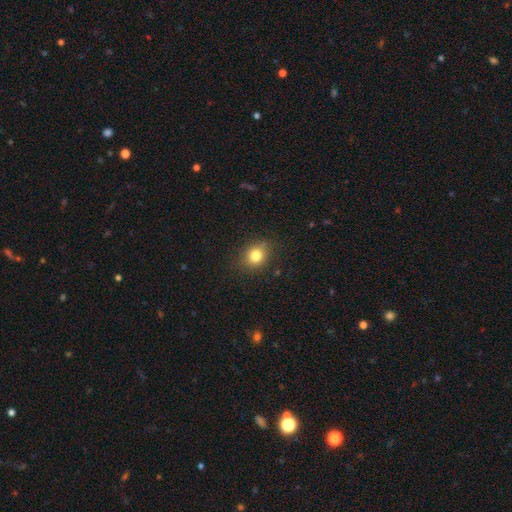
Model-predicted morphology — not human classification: The model was most divided on "how rounded": round: 65%, in between: 34%, cigar-shaped: 1%. More confident: merging — none (83%); smooth or featured — smooth (80%).